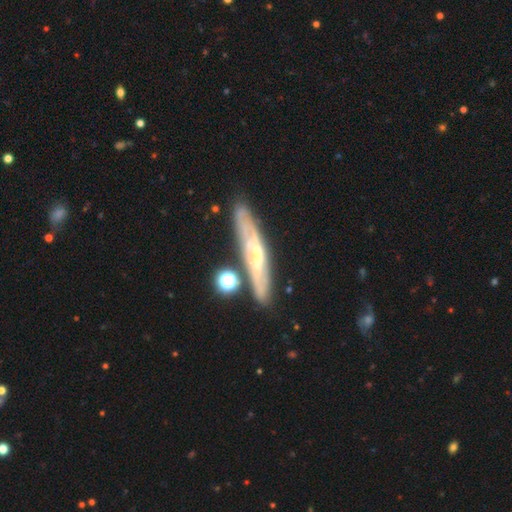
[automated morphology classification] A featured or disk galaxy (68%) viewed edge-on (59%). Merging: none (73%).